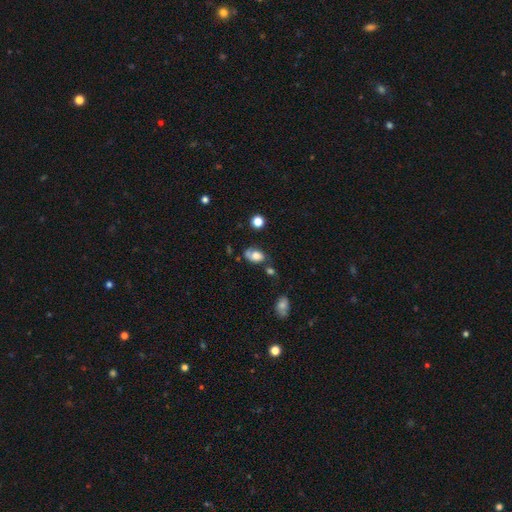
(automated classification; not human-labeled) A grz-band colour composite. It shows a smooth galaxy with no disk features (69%) that is in between round and cigar-shaped (80%). Merging: none (44%).